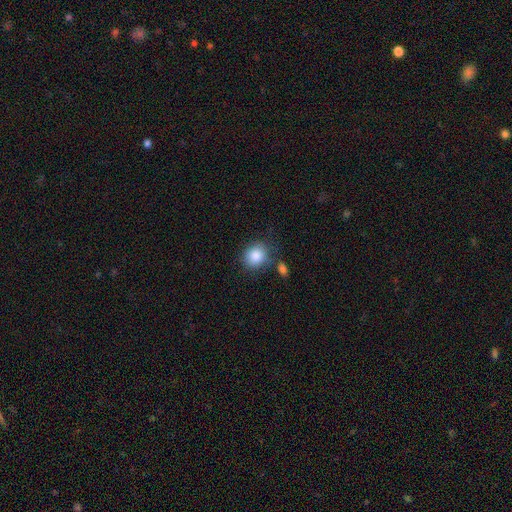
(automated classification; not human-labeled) Q: Smooth or featured?
A: smooth (87%); runner-up: star or artifact (8%)
Q: How rounded?
A: round (75%); runner-up: in between (24%)
Q: Merging?
A: none (69%); runner-up: minor disturbance (16%)